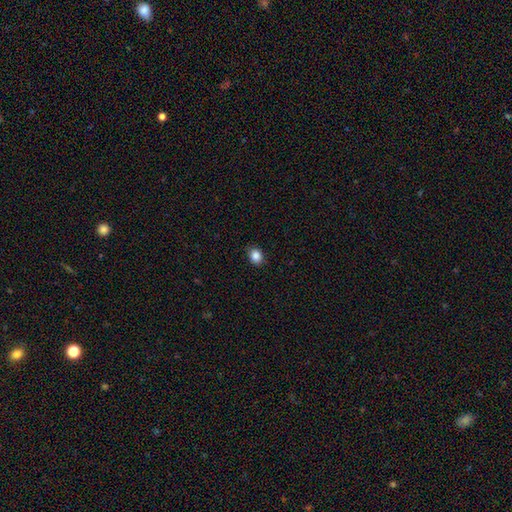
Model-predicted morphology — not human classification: Q: Smooth or featured?
A: smooth (86%); runner-up: star or artifact (10%)
Q: How rounded?
A: in between (50%); runner-up: round (49%)
Q: Merging?
A: none (88%); runner-up: minor disturbance (9%)